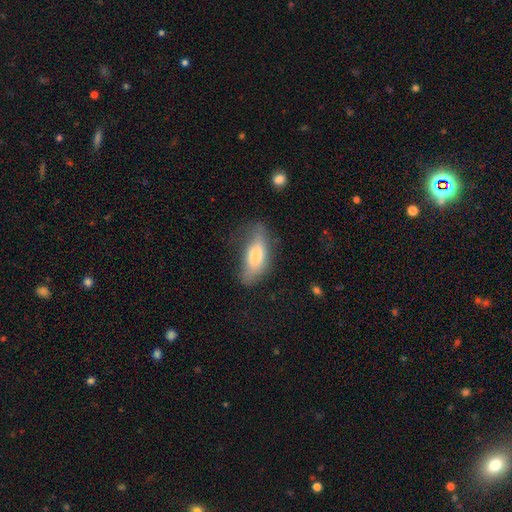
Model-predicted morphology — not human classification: This is likely a smooth galaxy (71%). How rounded: likely in between (74%). Merging: marginally none (44%).